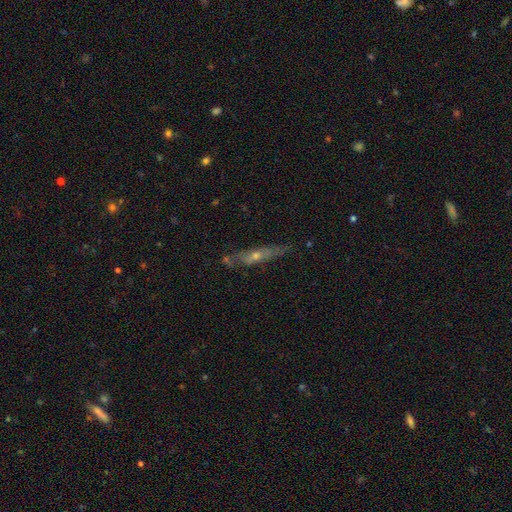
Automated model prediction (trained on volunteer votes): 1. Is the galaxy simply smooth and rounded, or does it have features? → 64% featured or disk, 26% smooth, 9% star or artifact.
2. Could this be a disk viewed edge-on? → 75% yes, 25% no.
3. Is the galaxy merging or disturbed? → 71% none, 20% minor disturbance, 6% major disturbance, 4% merger.